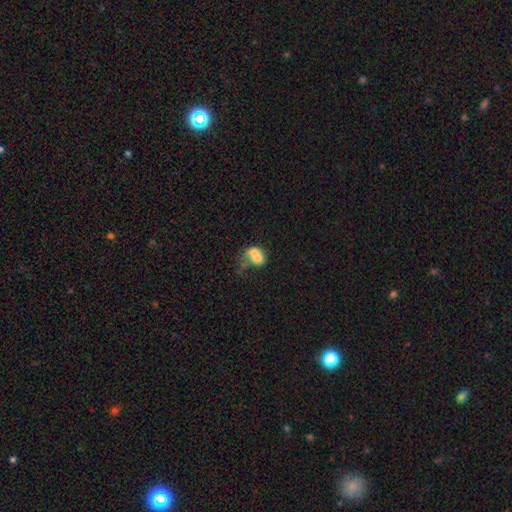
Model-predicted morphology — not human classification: The model was most divided on "how rounded": in between: 59%, round: 39%, cigar-shaped: 2%. More confident: smooth or featured — smooth (61%); merging — merger (56%).